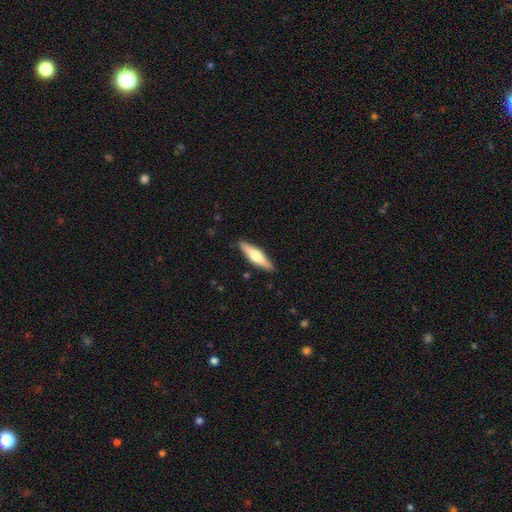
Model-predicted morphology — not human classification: smooth 51%, featured or disk 44%, star or artifact 5%. Down the decision tree: how rounded — cigar-shaped (69%); merging — none (88%).